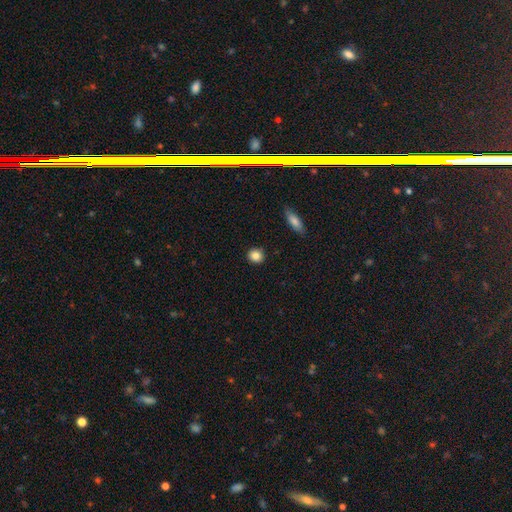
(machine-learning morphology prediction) A smooth galaxy with no disk features (85%) that is round (85%).

Vote fractions:
- Smooth or featured? smooth: 85% / star or artifact: 9% / featured or disk: 6%
- How rounded? round: 85% / in between: 14% / cigar-shaped: 1%
- Merging? none: 91% / minor disturbance: 6% / major disturbance: 2% / merger: 2%